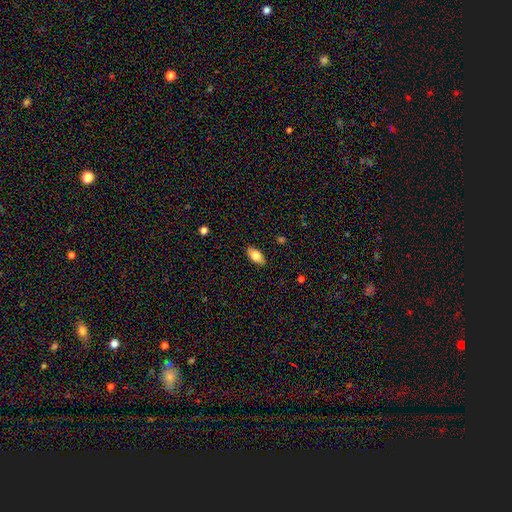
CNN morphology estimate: Q: Smooth or featured?
A: smooth (77%); runner-up: featured or disk (16%)
Q: How rounded?
A: in between (90%); runner-up: cigar-shaped (6%)
Q: Merging?
A: none (88%); runner-up: minor disturbance (9%)